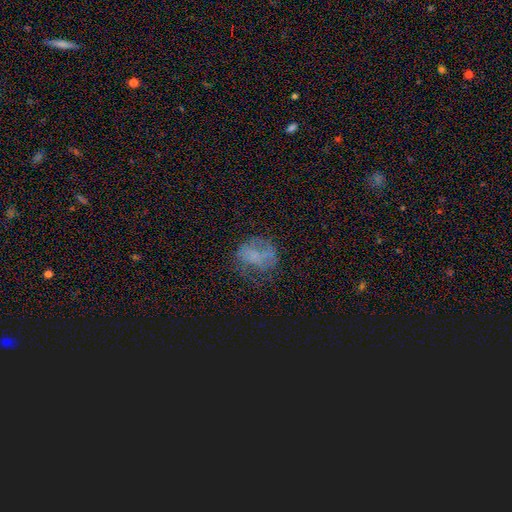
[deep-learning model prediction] This appears to be a smooth galaxy with no disk features (43%). Merging: none (50%).